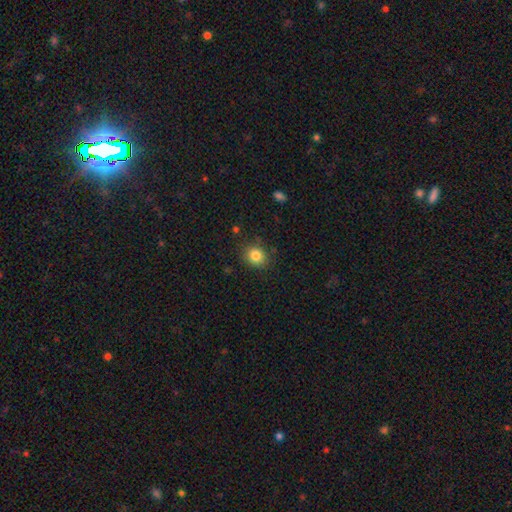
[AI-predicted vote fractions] Morphology: type=smooth (84%); roundness=round (76%); merging=none (84%).